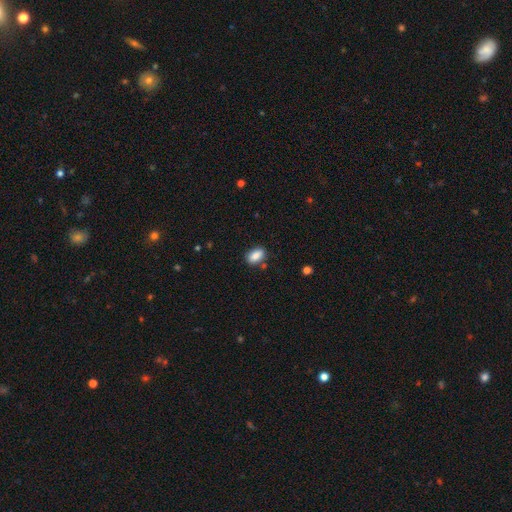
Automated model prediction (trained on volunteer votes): This appears to be a smooth galaxy with no disk features (87%) that is in between round and cigar-shaped (89%). Merging: none (83%).